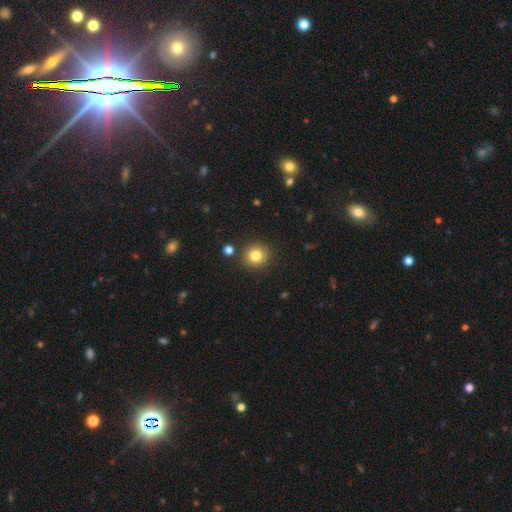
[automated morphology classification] Smooth or featured? Predicted: smooth (p=0.81). How rounded? Predicted: round (p=0.90). Merging? Predicted: none (p=0.88).